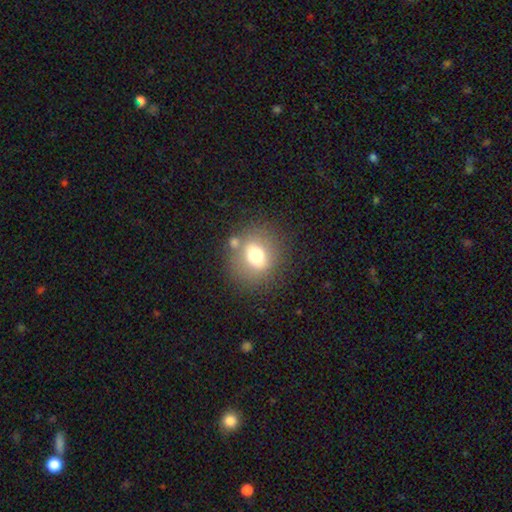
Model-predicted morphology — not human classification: A smooth galaxy with no disk features (66%) that is round (72%).

Vote fractions:
- Smooth or featured? smooth: 66% / featured or disk: 21% / star or artifact: 13%
- How rounded? round: 72% / in between: 26% / cigar-shaped: 1%
- Merging? none: 72% / minor disturbance: 13% / merger: 9% / major disturbance: 6%